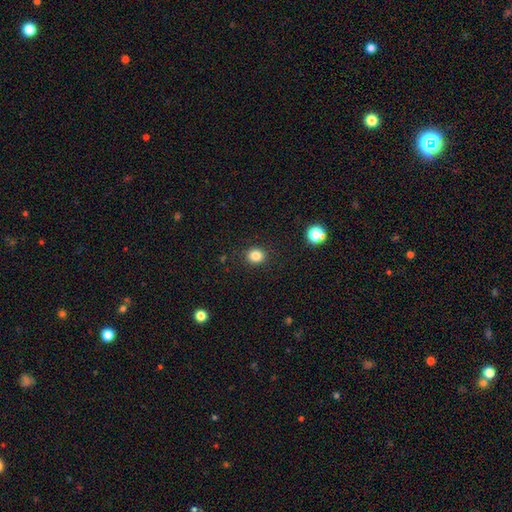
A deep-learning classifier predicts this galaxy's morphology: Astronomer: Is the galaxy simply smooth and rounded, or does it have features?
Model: smooth — 83%.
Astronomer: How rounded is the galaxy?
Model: round — 79%.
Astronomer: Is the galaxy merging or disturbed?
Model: none — 89%.